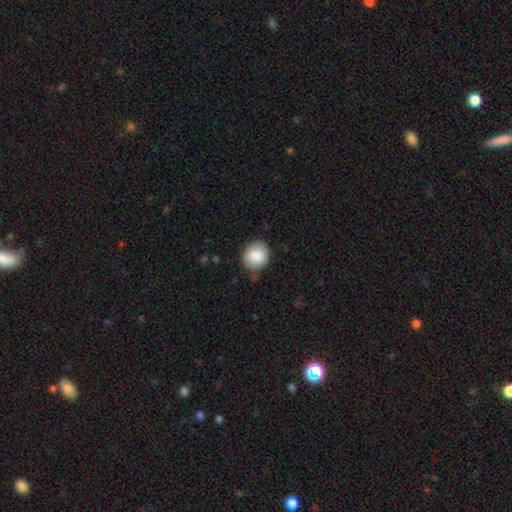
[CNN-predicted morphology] Q: Smooth or featured?
A: smooth (87%); runner-up: star or artifact (7%)
Q: How rounded?
A: round (77%); runner-up: in between (22%)
Q: Merging?
A: none (81%); runner-up: minor disturbance (14%)